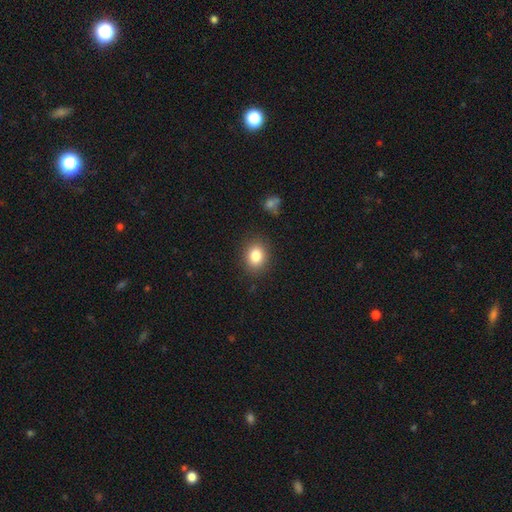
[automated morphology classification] A smooth galaxy with no disk features (83%) that is round (54%).

Vote fractions:
- Smooth or featured? smooth: 83% / star or artifact: 10% / featured or disk: 7%
- How rounded? round: 54% / in between: 45% / cigar-shaped: 1%
- Merging? none: 87% / minor disturbance: 9% / major disturbance: 3% / merger: 1%